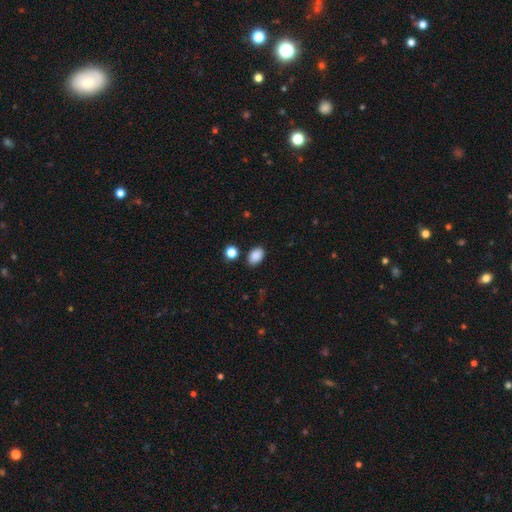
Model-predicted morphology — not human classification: A smooth galaxy with no disk features (88%) that is in between round and cigar-shaped (85%).

Vote fractions:
- Smooth or featured? smooth: 88% / star or artifact: 9% / featured or disk: 3%
- How rounded? in between: 85% / round: 13% / cigar-shaped: 1%
- Merging? none: 85% / minor disturbance: 9% / merger: 3% / major disturbance: 3%